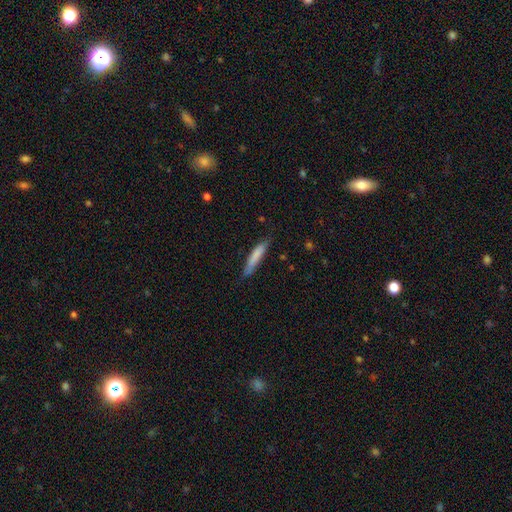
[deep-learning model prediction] A smooth galaxy with no disk features (77%) that is cigar-shaped (90%).

Vote fractions:
- Smooth or featured? smooth: 77% / featured or disk: 17% / star or artifact: 6%
- How rounded? cigar-shaped: 90% / in between: 9% / round: 1%
- Merging? none: 73% / minor disturbance: 22% / major disturbance: 4% / merger: 2%